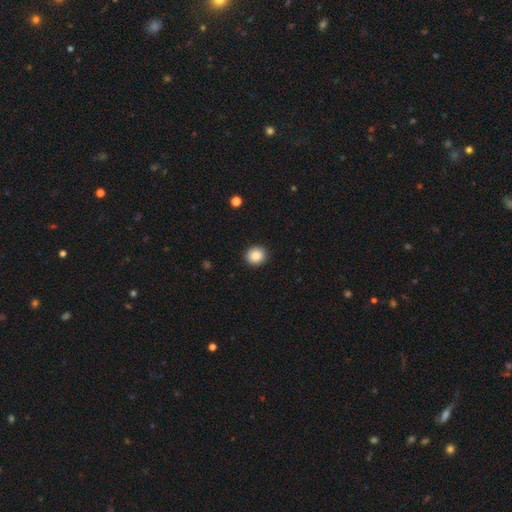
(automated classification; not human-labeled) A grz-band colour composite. It shows a smooth galaxy with no disk features (87%) that is round (86%). Merging: none (92%).